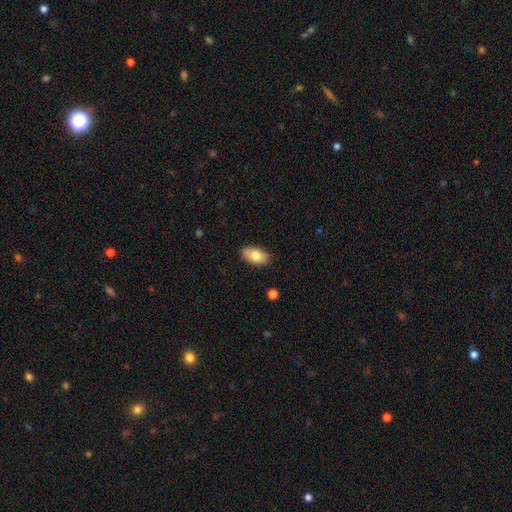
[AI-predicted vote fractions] Smooth or featured?
  - smooth: 77% *
  - featured or disk: 17%
  - star or artifact: 7%
How rounded?
  - in between: 94% *
  - round: 5%
  - cigar-shaped: 2%
Merging?
  - none: 85% *
  - minor disturbance: 12%
  - major disturbance: 2%
  - merger: 1%